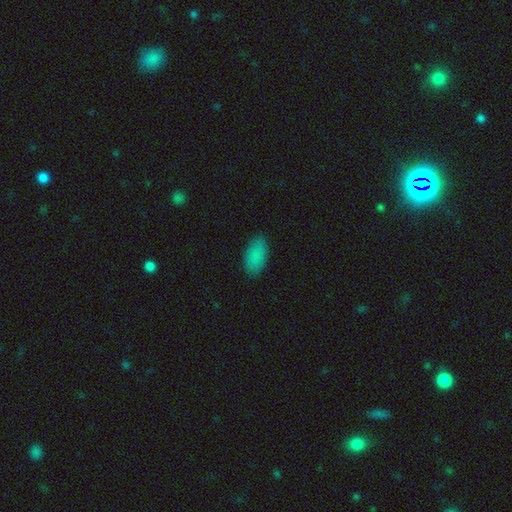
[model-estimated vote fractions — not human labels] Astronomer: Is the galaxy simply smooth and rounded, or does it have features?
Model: smooth — 87%.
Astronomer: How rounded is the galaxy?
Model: in between — 94%.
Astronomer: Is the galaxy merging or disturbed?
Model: none — 85%.